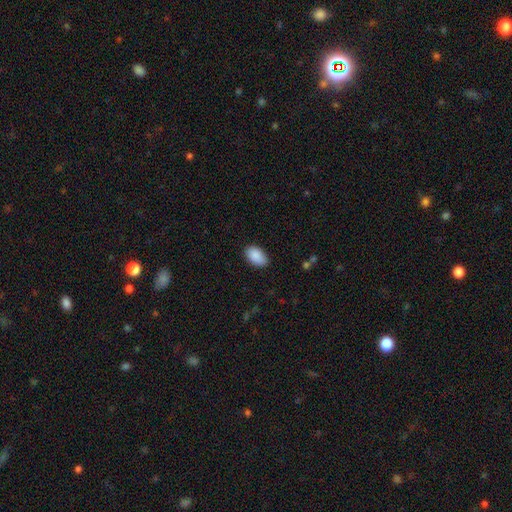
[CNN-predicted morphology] This is clearly a smooth galaxy (90%). How rounded: clearly in between (94%). Merging: clearly none (83%).